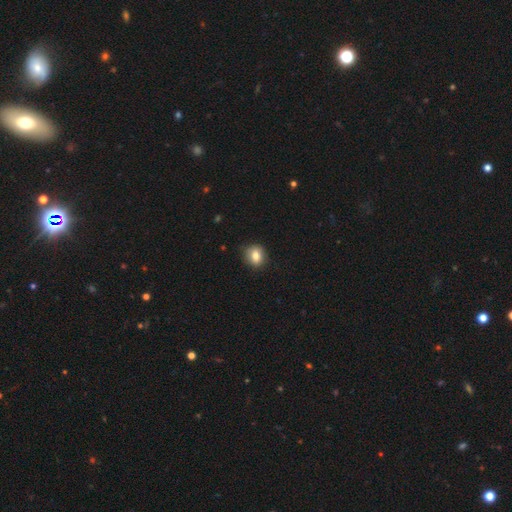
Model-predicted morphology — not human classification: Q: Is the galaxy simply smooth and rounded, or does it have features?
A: smooth — 79%.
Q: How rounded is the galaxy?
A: round — 71%.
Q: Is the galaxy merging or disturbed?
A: none — 85%.